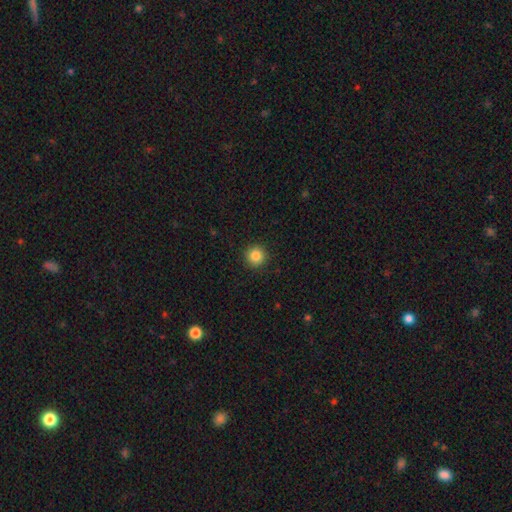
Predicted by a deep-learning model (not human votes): Overall: smooth (85%). How rounded: round (95%). Merging: none (92%).